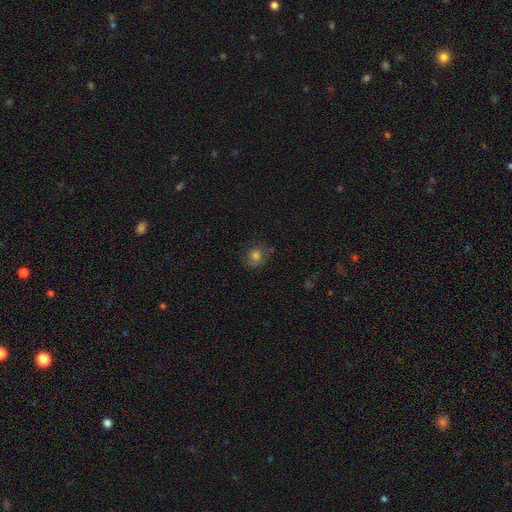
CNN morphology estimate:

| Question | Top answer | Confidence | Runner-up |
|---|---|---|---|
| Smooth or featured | smooth | 73% | star or artifact (15%) |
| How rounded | round | 76% | in between (23%) |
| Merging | none | 73% | minor disturbance (19%) |